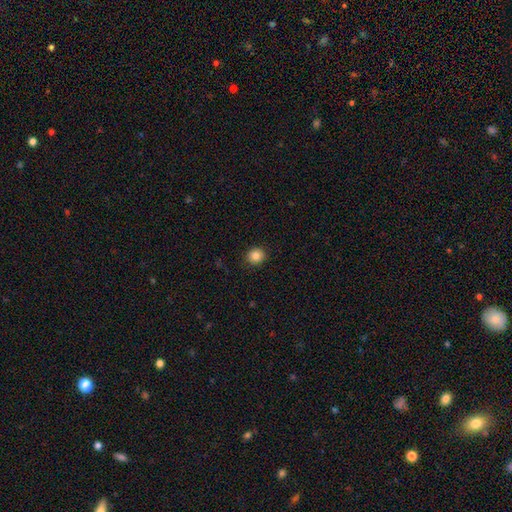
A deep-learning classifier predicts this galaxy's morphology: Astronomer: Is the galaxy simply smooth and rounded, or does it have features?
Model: smooth — 85%.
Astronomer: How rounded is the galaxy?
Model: round — 88%.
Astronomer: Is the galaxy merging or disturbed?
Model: none — 90%.